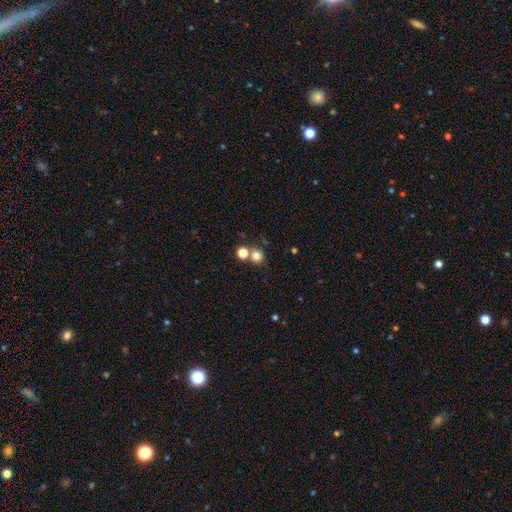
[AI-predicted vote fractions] Morphology: type=smooth (77%); roundness=round (88%); merging=none (63%).